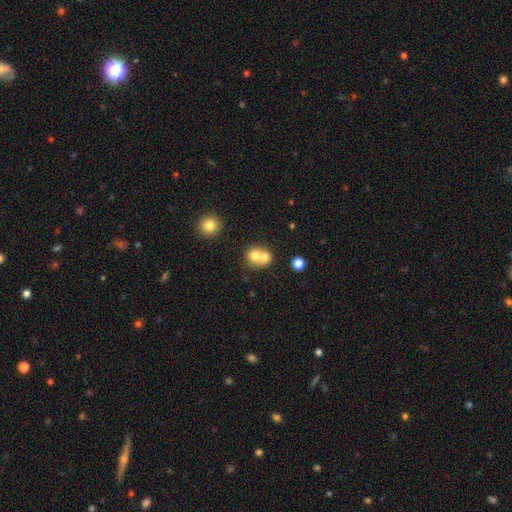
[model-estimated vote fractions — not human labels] A smooth galaxy with no disk features (70%) that is round (77%).

Vote fractions:
- Smooth or featured? smooth: 70% / featured or disk: 19% / star or artifact: 11%
- How rounded? round: 77% / in between: 22% / cigar-shaped: 1%
- Merging? merger: 61% / none: 31% / minor disturbance: 5% / major disturbance: 3%